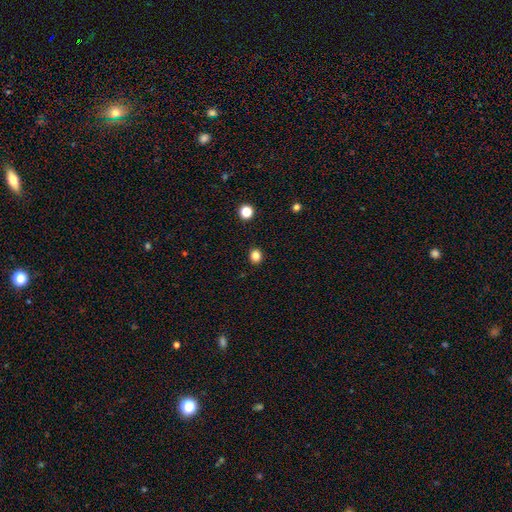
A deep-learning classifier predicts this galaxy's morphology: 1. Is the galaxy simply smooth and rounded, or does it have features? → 83% smooth, 13% star or artifact, 4% featured or disk.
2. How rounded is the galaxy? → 70% round, 29% in between, 1% cigar-shaped.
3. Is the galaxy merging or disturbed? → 91% none, 6% minor disturbance, 2% major disturbance, 1% merger.